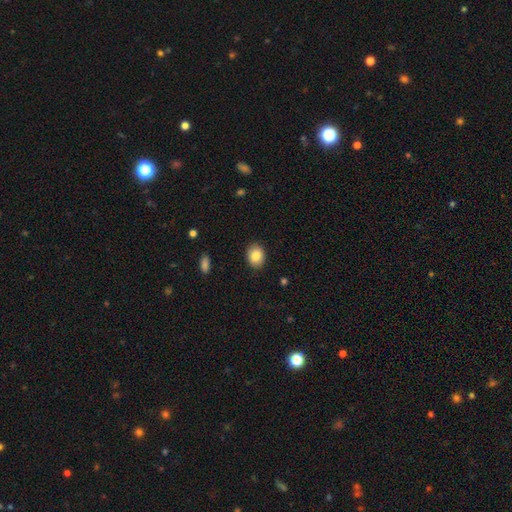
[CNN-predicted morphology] Smooth or featured?
  - smooth: 85% *
  - star or artifact: 8%
  - featured or disk: 7%
How rounded?
  - in between: 59% *
  - round: 40%
  - cigar-shaped: 1%
Merging?
  - none: 89% *
  - minor disturbance: 8%
  - major disturbance: 2%
  - merger: 1%